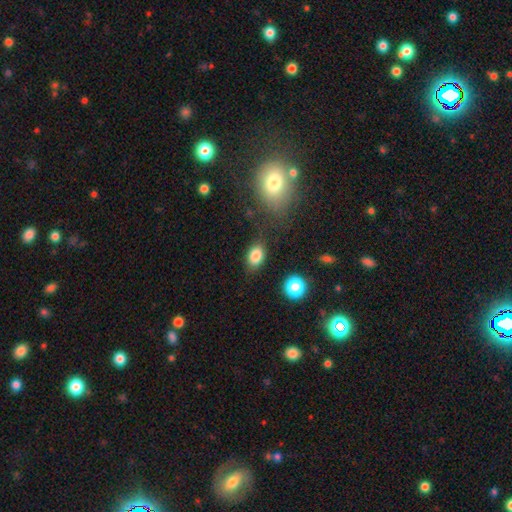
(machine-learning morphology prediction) smooth_or_featured: smooth (p=0.83) [alt: star or artifact p=0.10]
how_rounded: in between (p=0.82) [alt: round p=0.17]
merging: none (p=0.77) [alt: minor disturbance p=0.15]